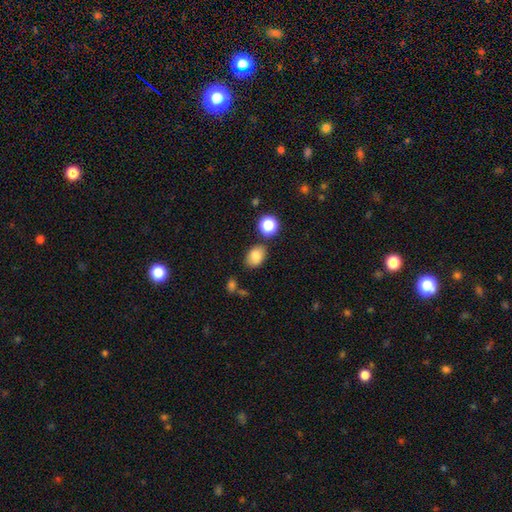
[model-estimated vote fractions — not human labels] Q: Smooth or featured?
A: smooth (82%); runner-up: star or artifact (10%)
Q: How rounded?
A: in between (76%); runner-up: round (22%)
Q: Merging?
A: none (79%); runner-up: minor disturbance (12%)